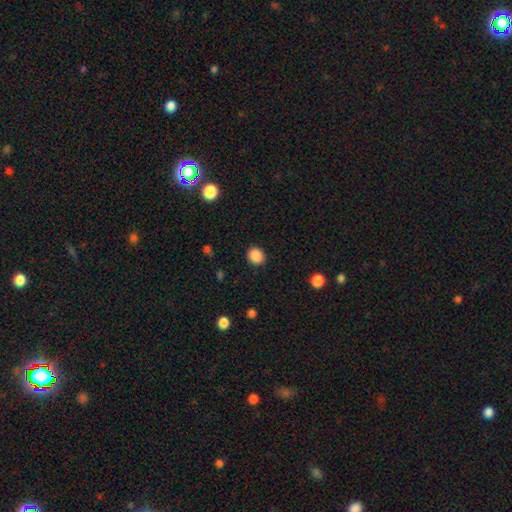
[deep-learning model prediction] A smooth galaxy with no disk features (88%) that is round (70%).

Vote fractions:
- Smooth or featured? smooth: 88% / star or artifact: 9% / featured or disk: 3%
- How rounded? round: 70% / in between: 29% / cigar-shaped: 1%
- Merging? none: 90% / minor disturbance: 7% / major disturbance: 2% / merger: 1%